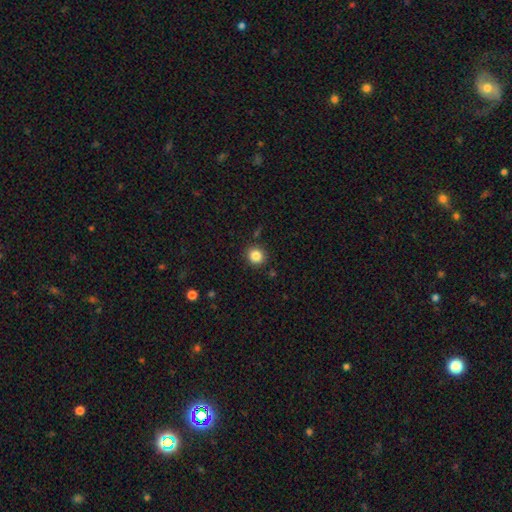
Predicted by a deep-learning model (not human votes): Smooth or featured? smooth (85%)
How rounded? round (89%)
Merging? none (89%)